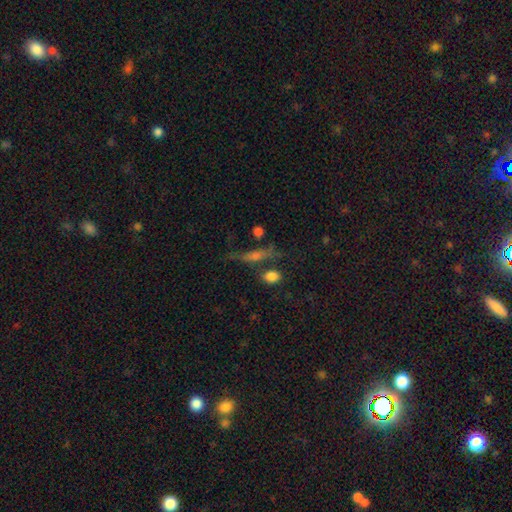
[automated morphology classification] type=featured or disk (43%); merging=none (64%).